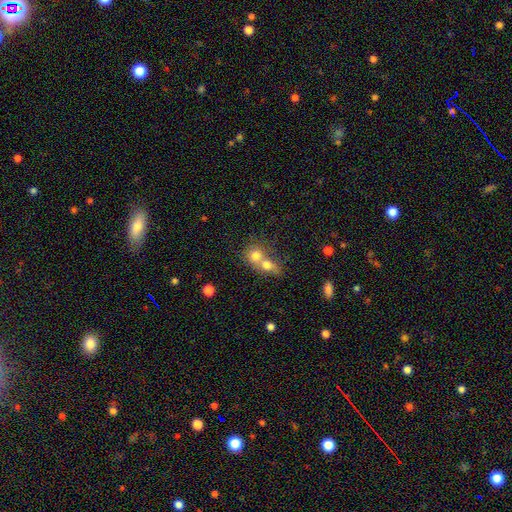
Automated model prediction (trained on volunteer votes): The model was most divided on "merging": merger: 68%, none: 24%, minor disturbance: 5%, major disturbance: 3%. More confident: how rounded — round (74%); smooth or featured — smooth (74%).